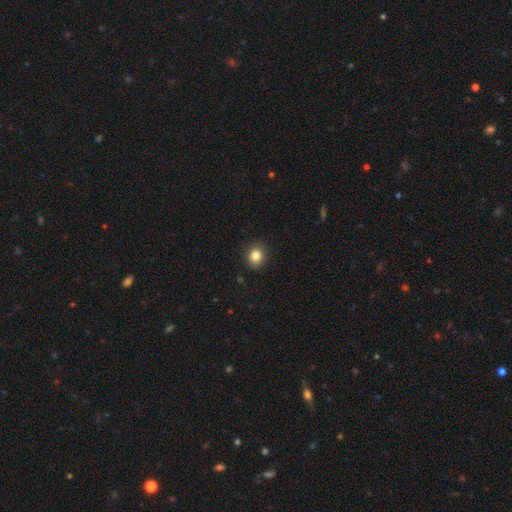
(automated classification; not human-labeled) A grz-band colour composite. It shows a smooth galaxy with no disk features (84%) that is round (81%). Merging: none (90%).